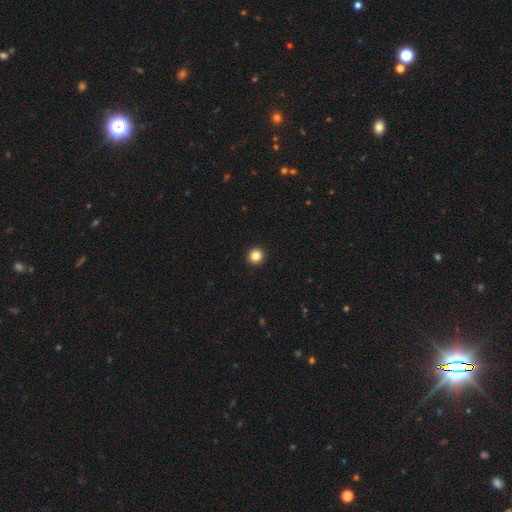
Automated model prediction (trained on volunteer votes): Morphology: type=smooth (85%); roundness=round (95%); merging=none (94%).